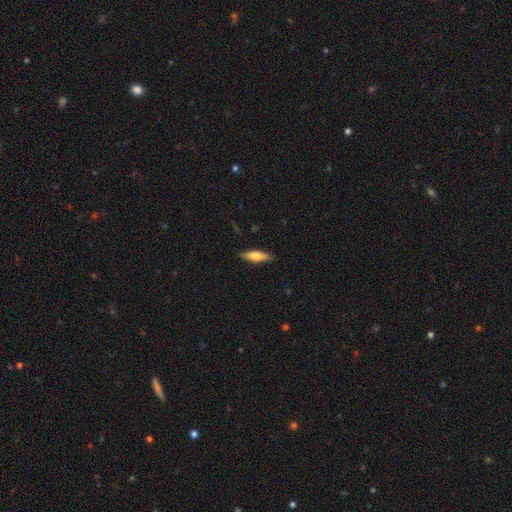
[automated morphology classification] Smooth or featured: smooth — 68% (featured or disk — 27%)
How rounded: cigar-shaped — 56% (in between — 42%)
Merging: none — 88% (minor disturbance — 9%)